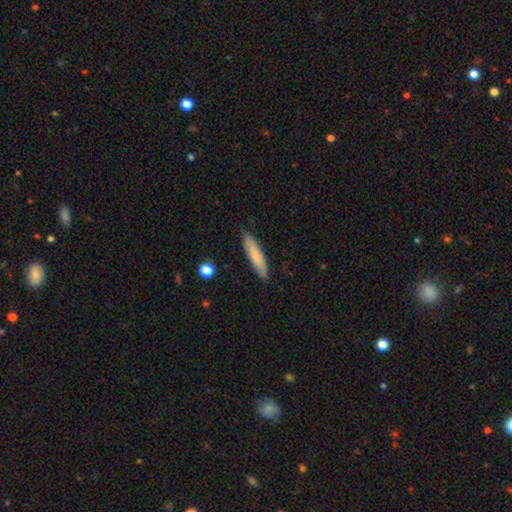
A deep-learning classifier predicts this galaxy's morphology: This is likely a smooth galaxy (75%). How rounded: clearly cigar-shaped (83%). Merging: clearly none (87%).